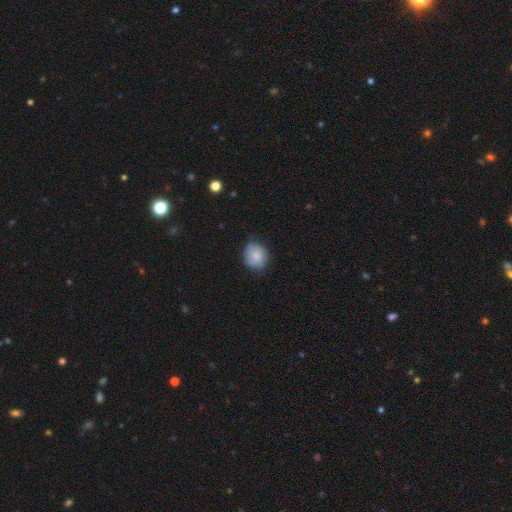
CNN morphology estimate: This appears to be a smooth galaxy with no disk features (78%) that is round (70%). Merging: none (69%).